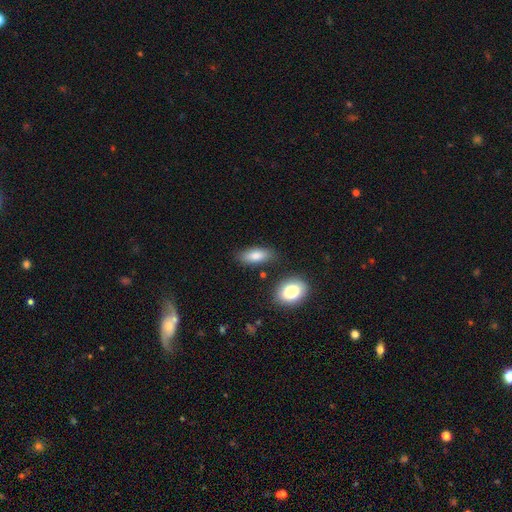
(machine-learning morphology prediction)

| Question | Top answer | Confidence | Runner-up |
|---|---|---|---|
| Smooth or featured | smooth | 82% | featured or disk (11%) |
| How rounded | in between | 79% | cigar-shaped (17%) |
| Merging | none | 79% | minor disturbance (13%) |